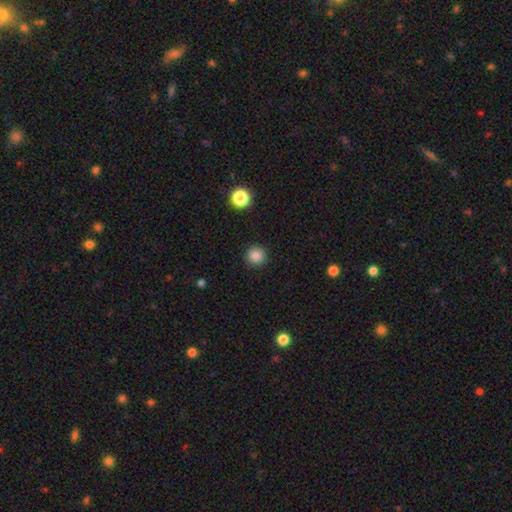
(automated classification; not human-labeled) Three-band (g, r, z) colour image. It shows a smooth galaxy with no disk features (85%) that is round (95%). Merging: none (92%).